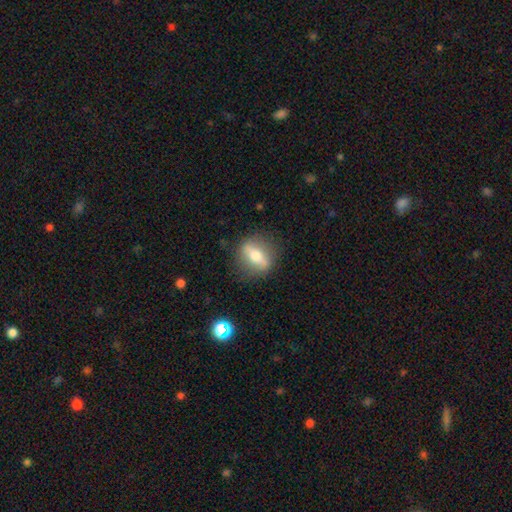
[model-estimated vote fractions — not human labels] Smooth or featured? featured or disk (52%)
Edge-on disk? no (50%, tied with yes)
Merging? none (83%)